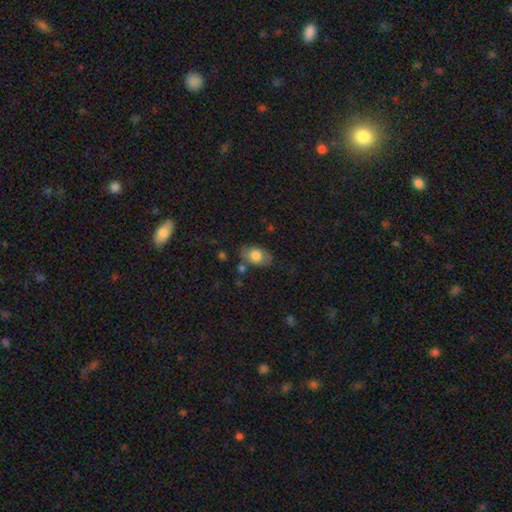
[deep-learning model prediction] Overall: smooth (73%). How rounded: in between (87%). Merging: none (72%).